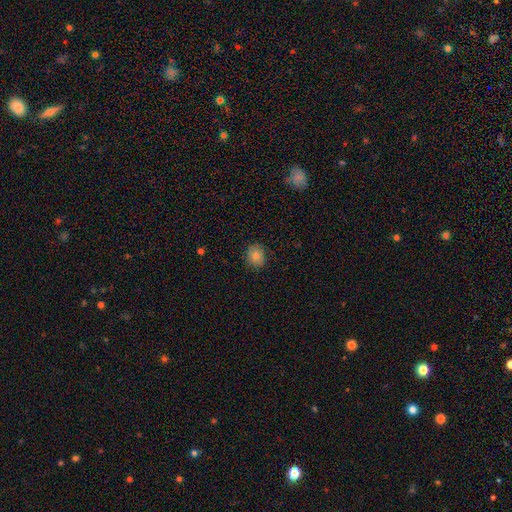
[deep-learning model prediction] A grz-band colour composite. It shows a smooth galaxy with no disk features (81%) that is round (72%). Merging: none (86%).